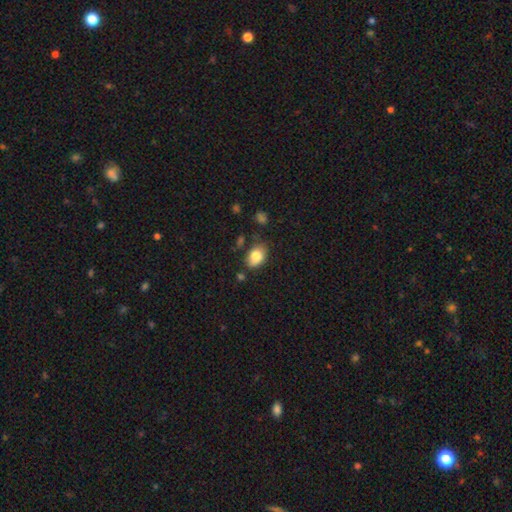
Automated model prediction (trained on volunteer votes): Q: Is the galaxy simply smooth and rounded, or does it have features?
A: smooth — 81%.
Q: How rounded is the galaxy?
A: in between — 85%.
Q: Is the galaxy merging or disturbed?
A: none — 68%.